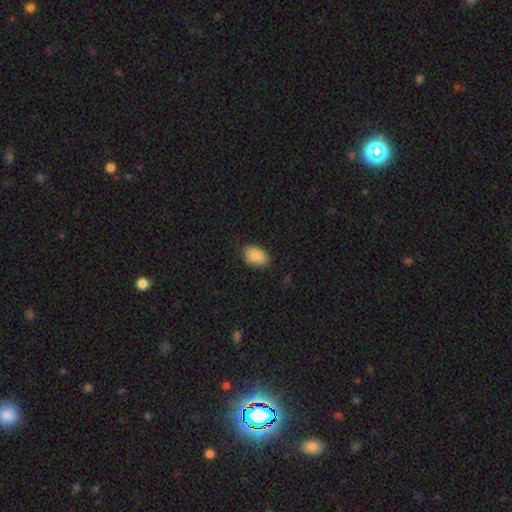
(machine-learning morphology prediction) Smooth or featured?
  - smooth: 89% *
  - star or artifact: 7%
  - featured or disk: 4%
How rounded?
  - in between: 88% *
  - round: 11%
  - cigar-shaped: 1%
Merging?
  - none: 82% *
  - minor disturbance: 14%
  - major disturbance: 3%
  - merger: 1%